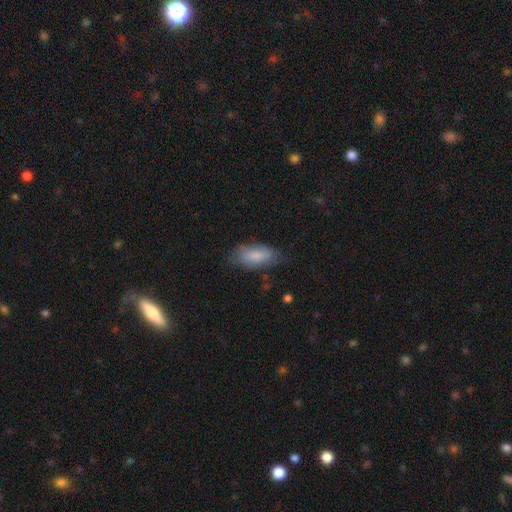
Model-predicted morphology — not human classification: Overall: smooth (81%). How rounded: in between (90%). Merging: none (66%).